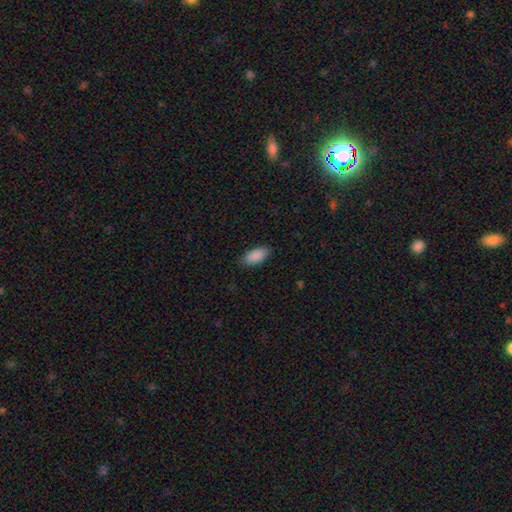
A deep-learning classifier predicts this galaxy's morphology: A smooth galaxy with no disk features (90%) that is in between round and cigar-shaped (91%).

Vote fractions:
- Smooth or featured? smooth: 90% / star or artifact: 6% / featured or disk: 4%
- How rounded? in between: 91% / cigar-shaped: 7% / round: 2%
- Merging? none: 86% / minor disturbance: 11% / major disturbance: 2% / merger: 1%